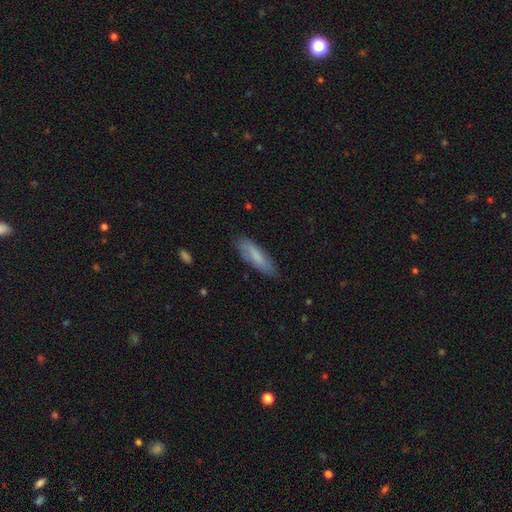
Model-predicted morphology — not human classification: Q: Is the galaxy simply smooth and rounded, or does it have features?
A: smooth — 74%.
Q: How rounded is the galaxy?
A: cigar-shaped — 53%.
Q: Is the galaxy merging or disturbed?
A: none — 79%.